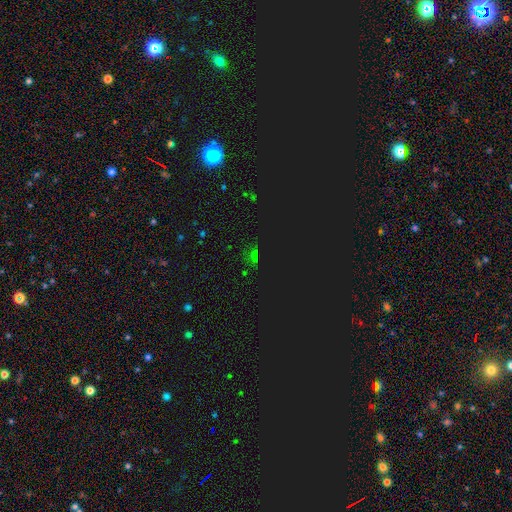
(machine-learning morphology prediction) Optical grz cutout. It shows a star or artifact, not a galaxy (66%).